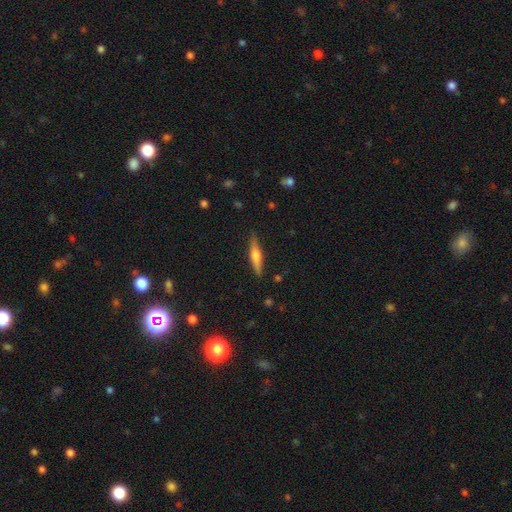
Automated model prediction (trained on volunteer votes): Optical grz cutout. It shows a featured or disk galaxy (56%) viewed edge-on (96%) with a rounded central bulge (87%). Merging: none (88%).